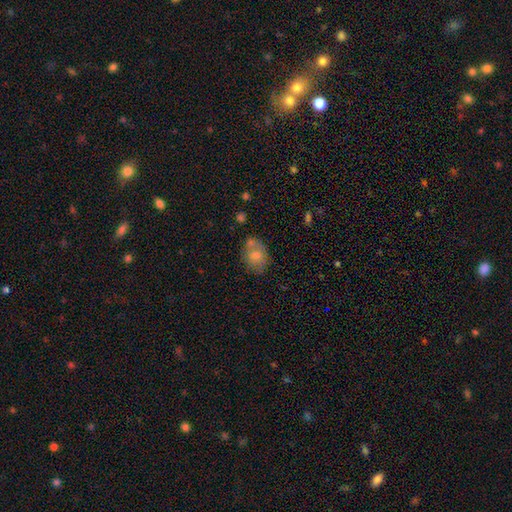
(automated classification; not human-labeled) Smooth or featured?
  - smooth: 71% *
  - featured or disk: 21%
  - star or artifact: 9%
How rounded?
  - in between: 57% *
  - round: 41%
  - cigar-shaped: 1%
Merging?
  - none: 53% *
  - minor disturbance: 20%
  - merger: 20%
  - major disturbance: 6%